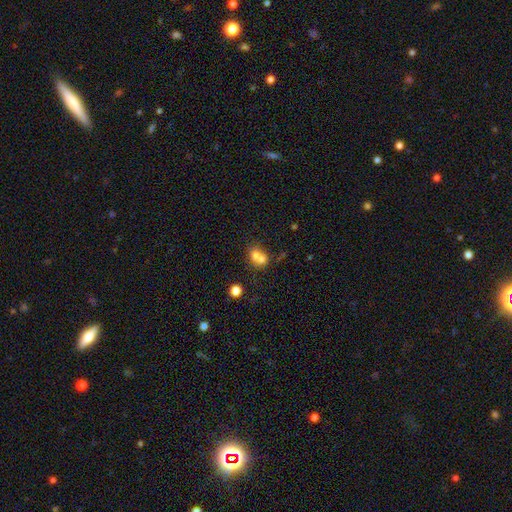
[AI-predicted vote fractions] The model was most divided on "how rounded": round: 64%, in between: 35%, cigar-shaped: 1%. More confident: smooth or featured — smooth (68%); merging — merger (65%).